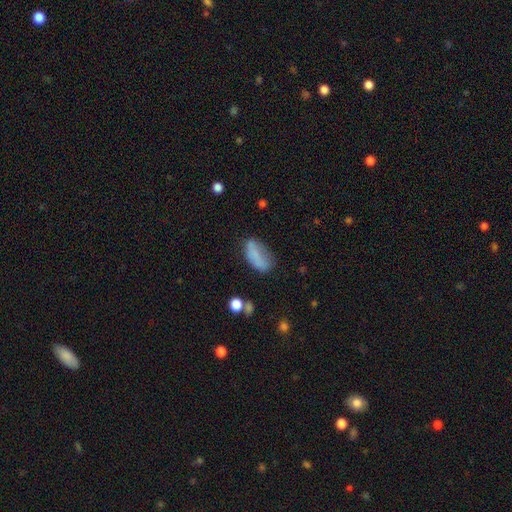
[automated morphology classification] smooth_or_featured: smooth (p=0.76) [alt: featured or disk p=0.14]
how_rounded: in between (p=0.87) [alt: cigar-shaped p=0.09]
merging: none (p=0.53) [alt: minor disturbance p=0.28]